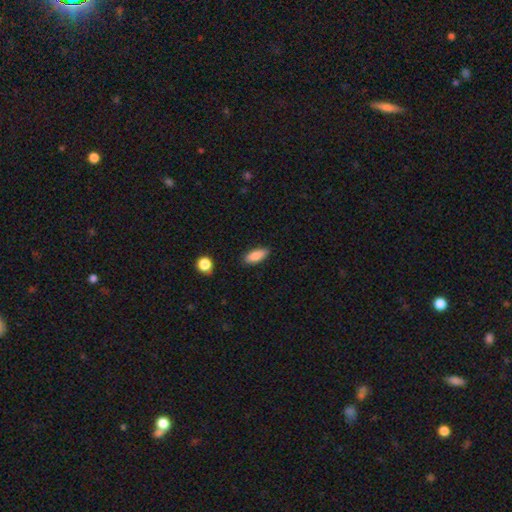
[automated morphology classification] The model was most divided on "how rounded": in between: 76%, cigar-shaped: 21%, round: 3%. More confident: merging — none (86%); smooth or featured — smooth (84%).